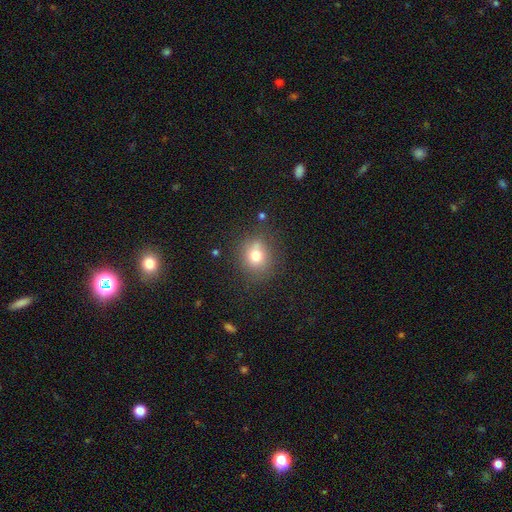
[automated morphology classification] A smooth galaxy with no disk features (73%) that is round (77%).

Vote fractions:
- Smooth or featured? smooth: 73% / star or artifact: 14% / featured or disk: 13%
- How rounded? round: 77% / in between: 22% / cigar-shaped: 1%
- Merging? none: 74% / minor disturbance: 16% / major disturbance: 5% / merger: 5%